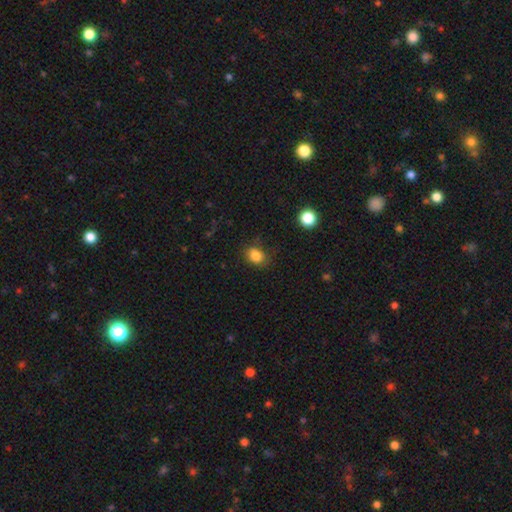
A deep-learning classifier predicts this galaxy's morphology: type=smooth (84%); roundness=in between (60%); merging=none (76%).